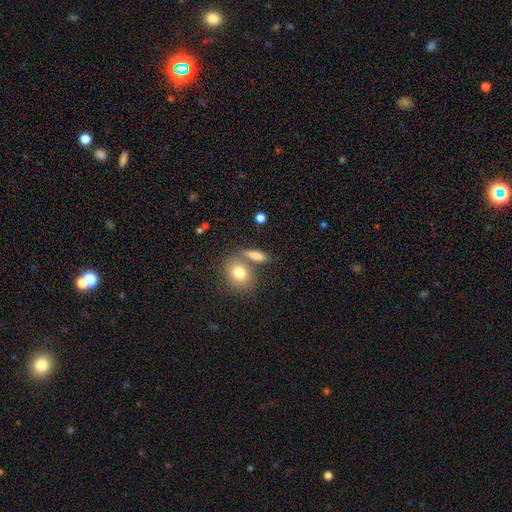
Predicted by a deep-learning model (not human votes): Smooth or featured: smooth — 80% (featured or disk — 12%)
How rounded: in between — 54% (cigar-shaped — 24%)
Merging: none — 61% (merger — 22%)